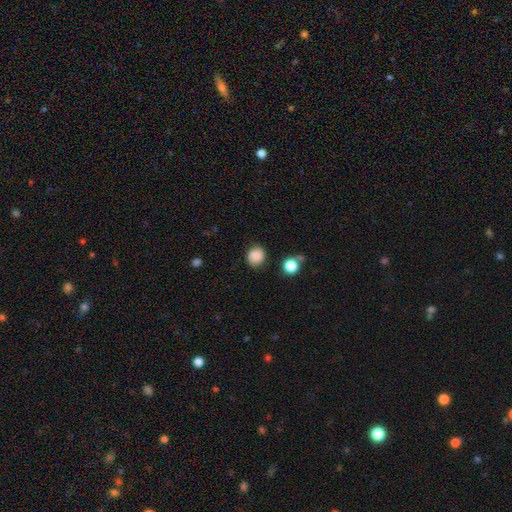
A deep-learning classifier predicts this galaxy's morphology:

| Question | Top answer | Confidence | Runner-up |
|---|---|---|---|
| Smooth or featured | smooth | 83% | star or artifact (10%) |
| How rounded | round | 75% | in between (24%) |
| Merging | none | 78% | minor disturbance (15%) |